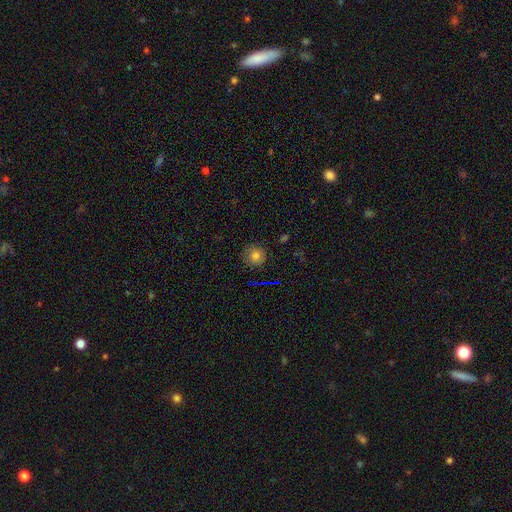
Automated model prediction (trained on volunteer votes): This appears to be a smooth galaxy with no disk features (77%) that is round (94%). Merging: none (86%).